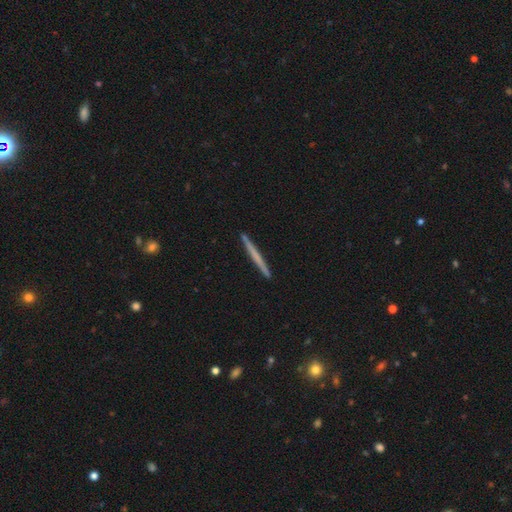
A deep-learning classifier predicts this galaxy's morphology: Overall: smooth (51%; featured or disk 44%). How rounded: cigar-shaped (97%). Merging: none (92%).